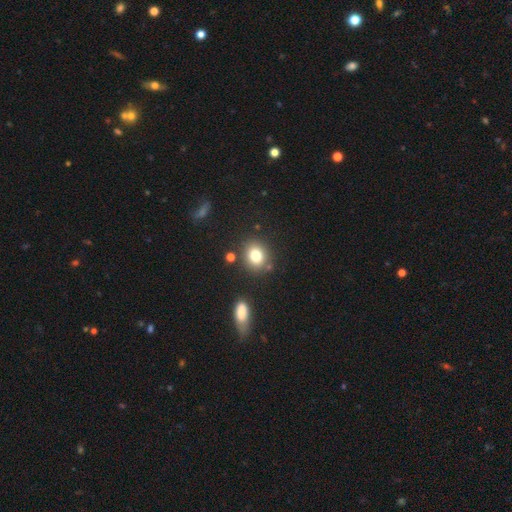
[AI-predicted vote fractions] A smooth galaxy with no disk features (79%) that is round (67%).

Vote fractions:
- Smooth or featured? smooth: 79% / star or artifact: 11% / featured or disk: 9%
- How rounded? round: 67% / in between: 32% / cigar-shaped: 1%
- Merging? none: 80% / minor disturbance: 10% / merger: 7% / major disturbance: 3%